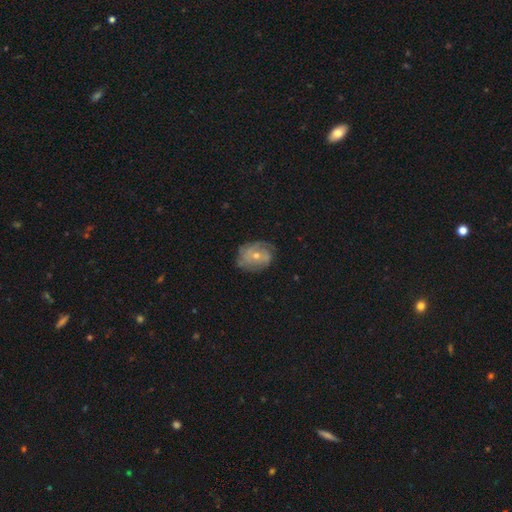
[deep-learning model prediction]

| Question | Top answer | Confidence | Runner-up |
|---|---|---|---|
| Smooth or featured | featured or disk | 62% | smooth (30%) |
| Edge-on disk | no | 97% | yes (3%) |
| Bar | no | 74% | weak (22%) |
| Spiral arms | yes | 79% | no (21%) |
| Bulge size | small | 49% | moderate (47%) |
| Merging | none | 66% | minor disturbance (23%) |